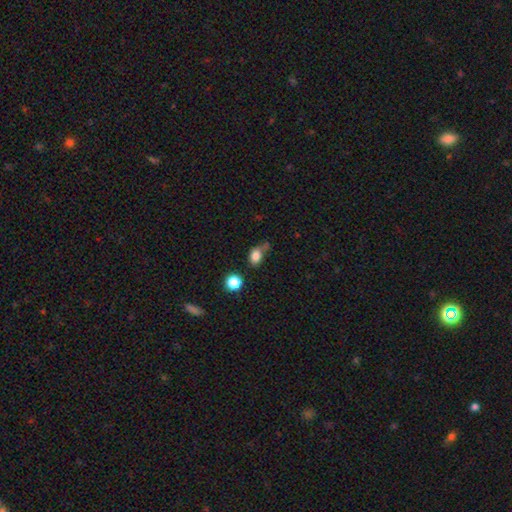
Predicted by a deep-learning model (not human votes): Smooth or featured: smooth — 81% (star or artifact — 12%)
How rounded: in between — 71% (round — 27%)
Merging: none — 46% (minor disturbance — 28%)